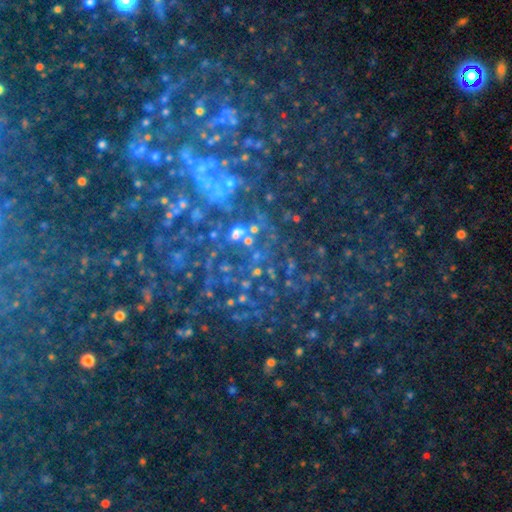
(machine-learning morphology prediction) Smooth or featured: star or artifact — 53% (featured or disk — 30%)